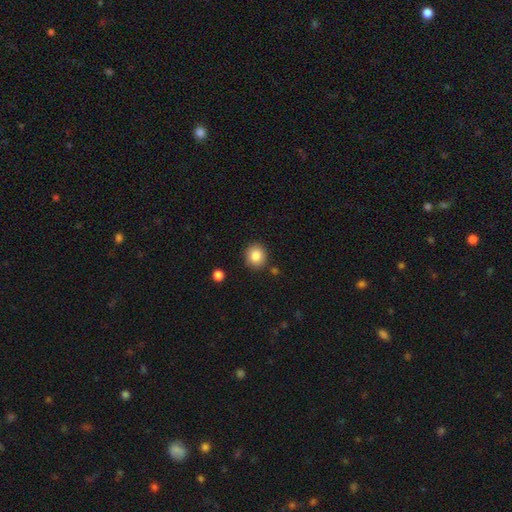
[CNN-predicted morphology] Smooth or featured? smooth (85%)
How rounded? round (86%)
Merging? none (87%)